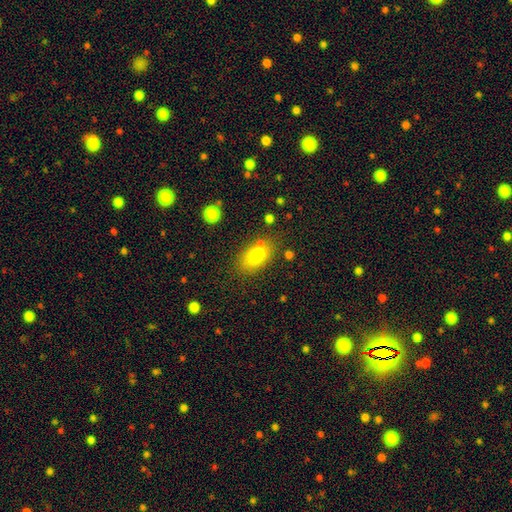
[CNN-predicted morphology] Smooth or featured? smooth (73%)
How rounded? in between (83%)
Merging? none (54%)